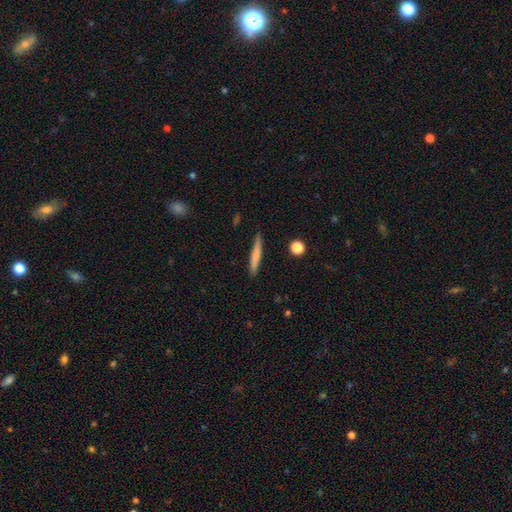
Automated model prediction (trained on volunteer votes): smooth-or-featured: smooth: 68% | featured or disk: 26% | star or artifact: 6%
  how-rounded: cigar-shaped: 94% | in between: 4% | round: 2%
  merging: none: 85% | minor disturbance: 11% | major disturbance: 2% | merger: 2%